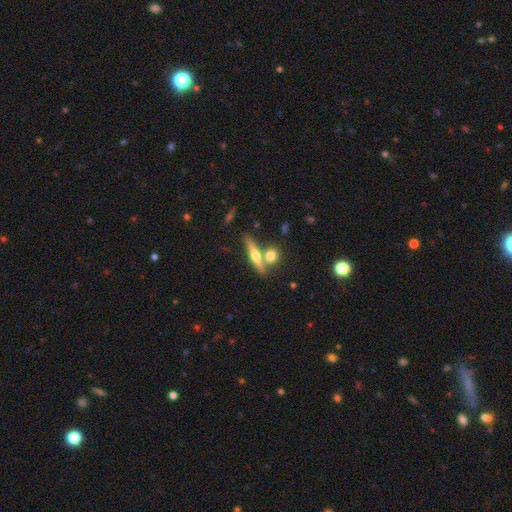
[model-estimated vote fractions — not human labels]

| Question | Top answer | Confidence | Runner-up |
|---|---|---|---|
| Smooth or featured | featured or disk | 53% | smooth (40%) |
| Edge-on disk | yes | 92% | no (8%) |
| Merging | none | 64% | merger (24%) |